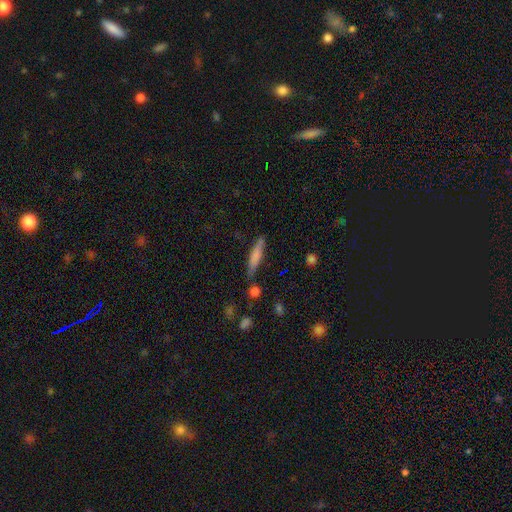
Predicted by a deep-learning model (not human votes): smooth 70%, featured or disk 23%, star or artifact 7%. Down the decision tree: how rounded — cigar-shaped (86%); merging — none (74%).